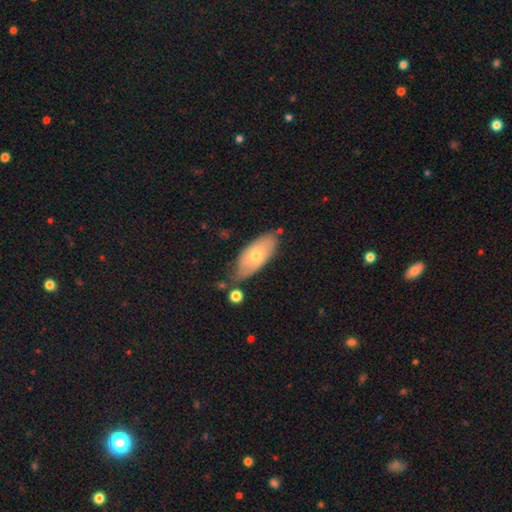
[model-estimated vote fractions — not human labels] smooth 51%, featured or disk 42%, star or artifact 6%. Down the decision tree: how rounded — in between (83%); merging — none (65%).